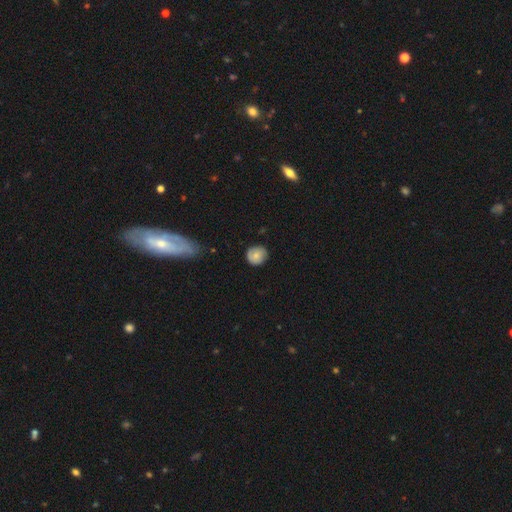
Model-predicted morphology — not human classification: This appears to be a smooth galaxy with no disk features (74%) that is round (85%). Merging: none (78%).